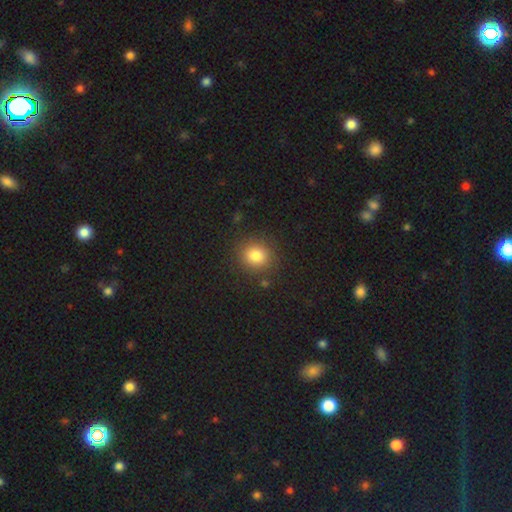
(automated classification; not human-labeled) The model was most divided on "how rounded": round: 80%, in between: 19%, cigar-shaped: 1%. More confident: merging — none (86%); smooth or featured — smooth (83%).